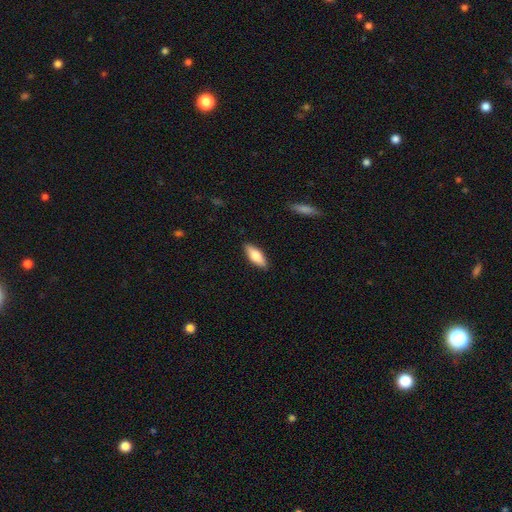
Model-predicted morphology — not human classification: Overall: smooth (70%). How rounded: in between (68%; cigar-shaped 30%). Merging: none (88%).